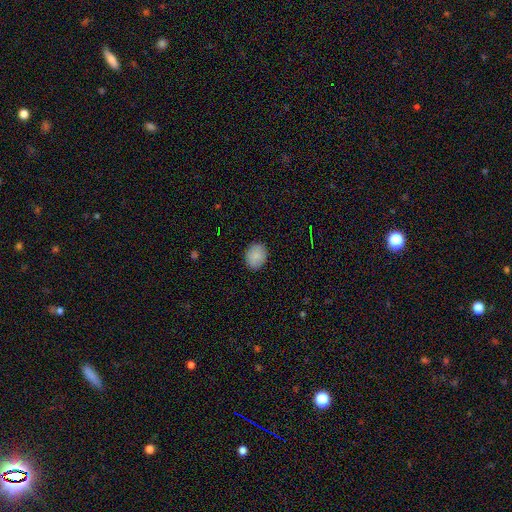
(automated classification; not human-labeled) Overall: smooth (88%). How rounded: round (53%; in between 46%). Merging: none (89%).